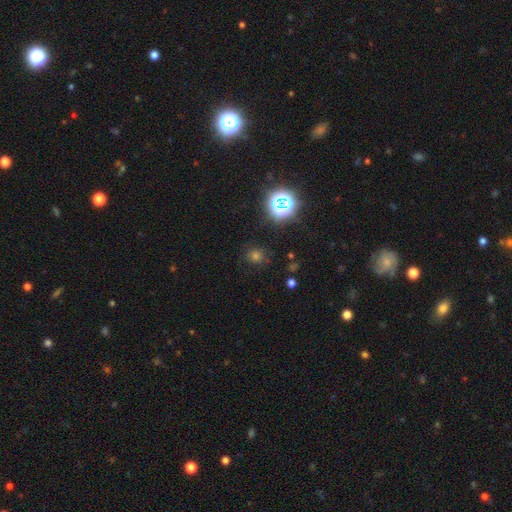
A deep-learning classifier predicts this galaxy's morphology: Q: Smooth or featured?
A: smooth (59%); runner-up: star or artifact (34%)
Q: How rounded?
A: round (84%); runner-up: in between (15%)
Q: Merging?
A: none (84%); runner-up: minor disturbance (10%)